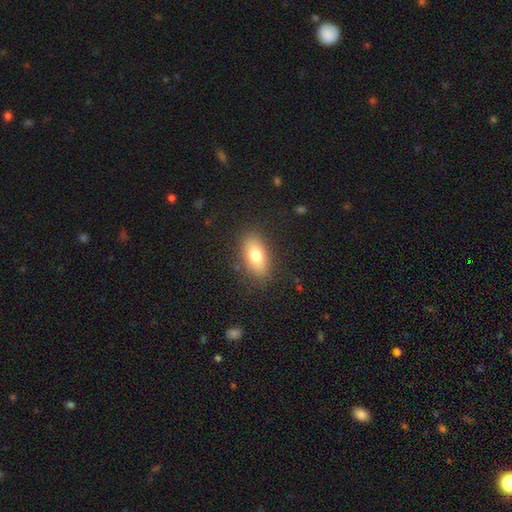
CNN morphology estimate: smooth 77%, featured or disk 15%, star or artifact 8%. Down the decision tree: how rounded — in between (88%); merging — none (84%).